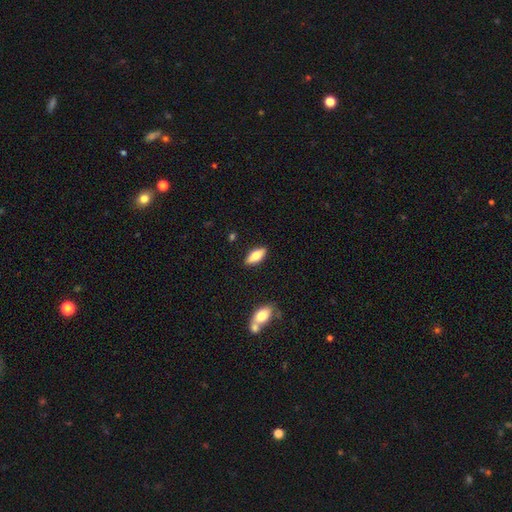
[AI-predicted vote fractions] This is likely a smooth galaxy (68%). How rounded: likely in between (71%). Merging: clearly none (87%).